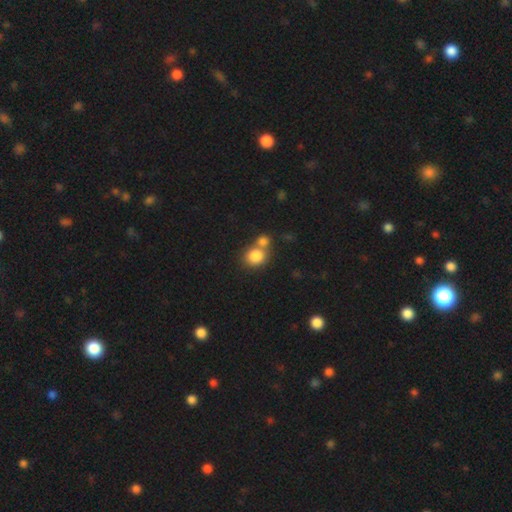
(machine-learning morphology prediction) The model was most divided on "merging": none: 45%, merger: 43%, minor disturbance: 8%, major disturbance: 3%. More confident: smooth or featured — smooth (83%); how rounded — round (74%).